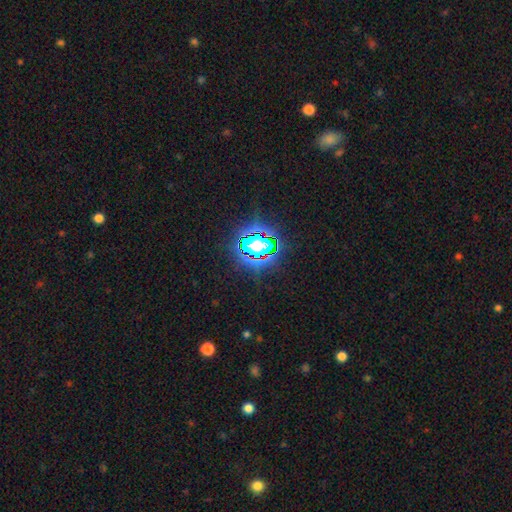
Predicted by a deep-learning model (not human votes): smooth-or-featured: star or artifact: 81% | smooth: 12% | featured or disk: 7%